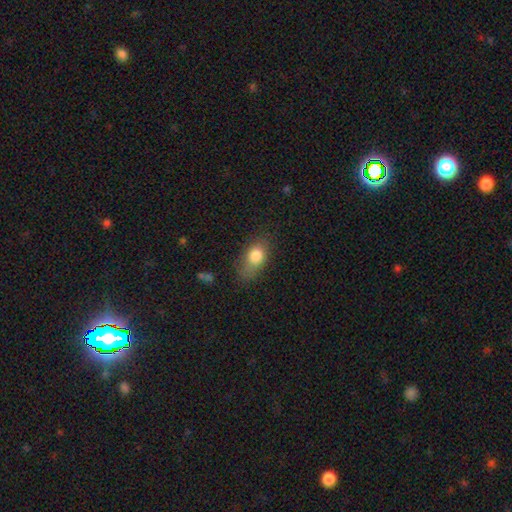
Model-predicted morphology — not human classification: This is clearly a smooth galaxy (81%). How rounded: likely in between (78%). Merging: possibly none (52%).